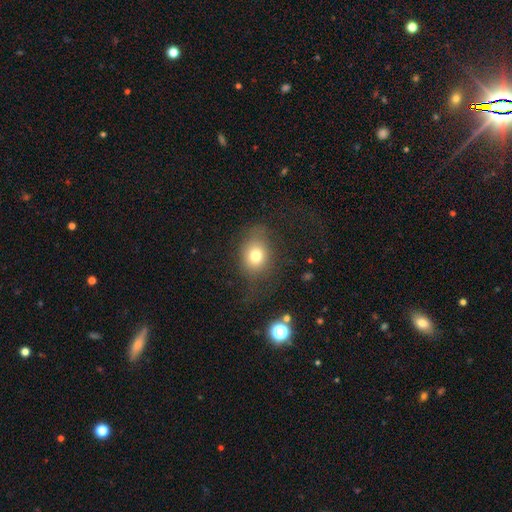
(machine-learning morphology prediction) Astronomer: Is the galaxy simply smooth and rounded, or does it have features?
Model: smooth — 74%.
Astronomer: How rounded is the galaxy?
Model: in between — 51% (runner-up: round, 48%).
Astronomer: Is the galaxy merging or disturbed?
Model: none — 62%.